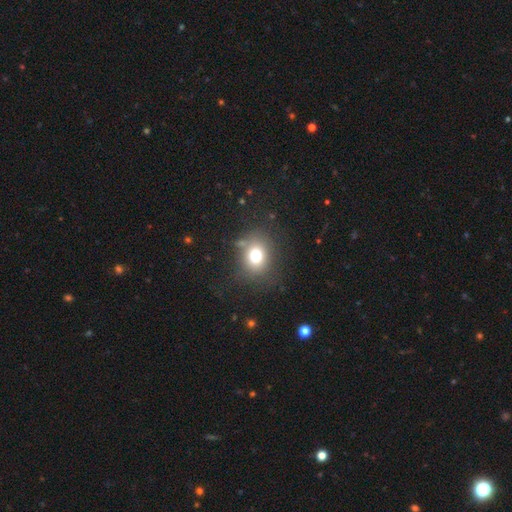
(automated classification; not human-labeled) Smooth or featured? smooth (74%)
How rounded? round (63%)
Merging? none (77%)